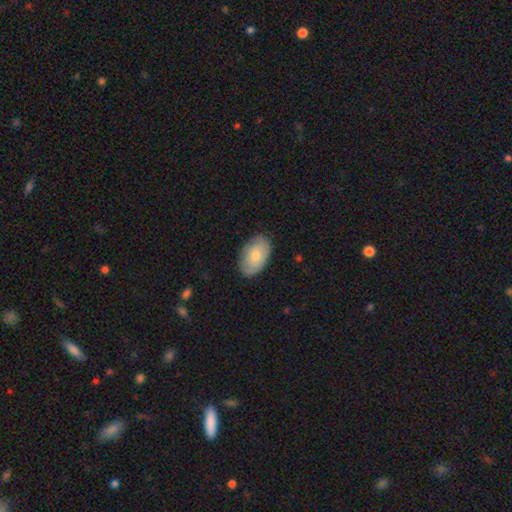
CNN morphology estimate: Smooth or featured: smooth — 70% (featured or disk — 24%)
How rounded: in between — 92% (round — 6%)
Merging: none — 82% (minor disturbance — 14%)